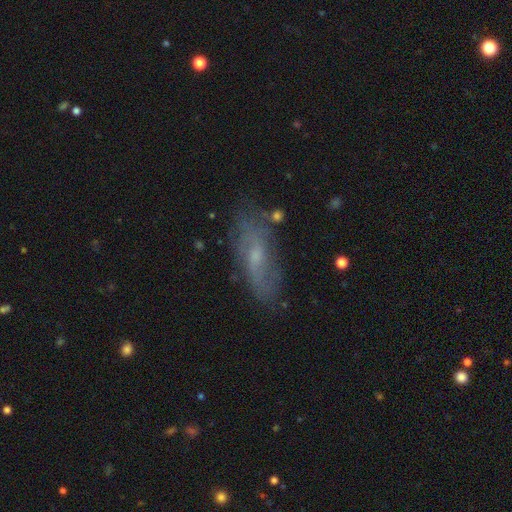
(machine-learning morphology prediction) Smooth or featured: featured or disk — 56% (smooth — 34%)
Edge-on disk: no — 76% (yes — 24%)
Merging: none — 73% (minor disturbance — 18%)